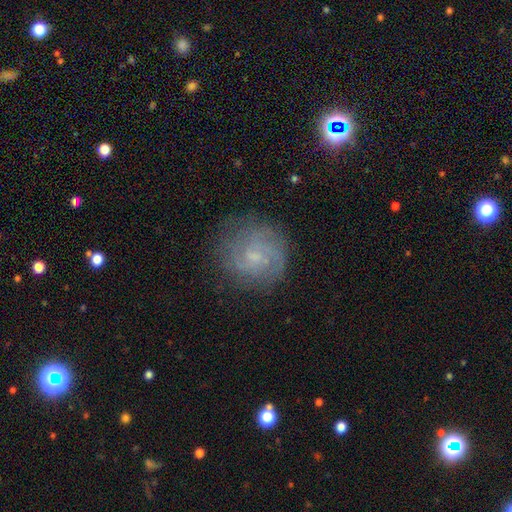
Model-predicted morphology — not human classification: type=featured or disk (63%); edge-on=no (97%); bar=no (61%); spiral arms=yes (87%); winding=tight (53%); arm count=can't tell (41%); bulge=small (63%); merging=none (76%).